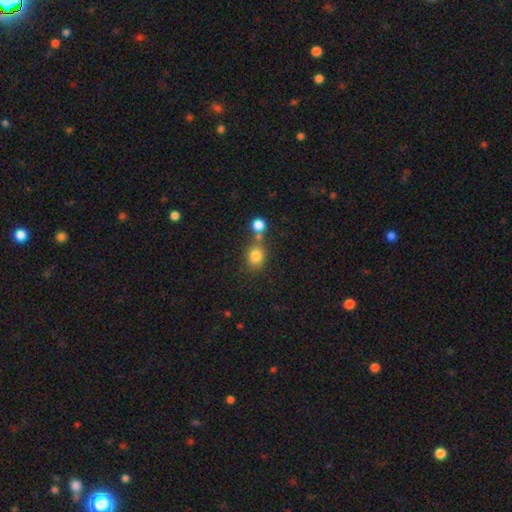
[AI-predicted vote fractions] A smooth galaxy with no disk features (81%) that is round (67%). Merging: none (57%).